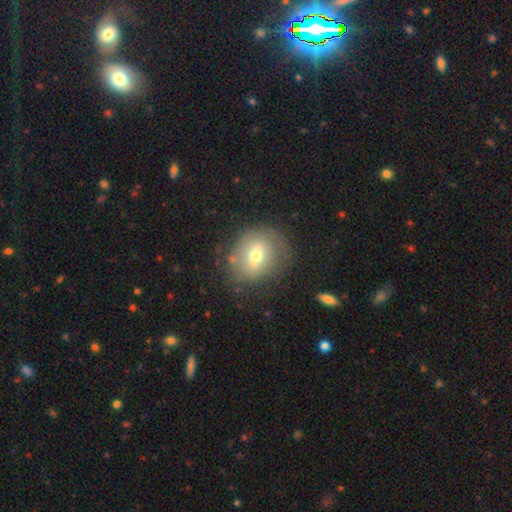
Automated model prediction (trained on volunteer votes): smooth-or-featured: smooth: 56% | featured or disk: 35% | star or artifact: 10%
  how-rounded: round: 60% | in between: 38% | cigar-shaped: 1%
  merging: none: 72% | minor disturbance: 18% | major disturbance: 8% | merger: 3%